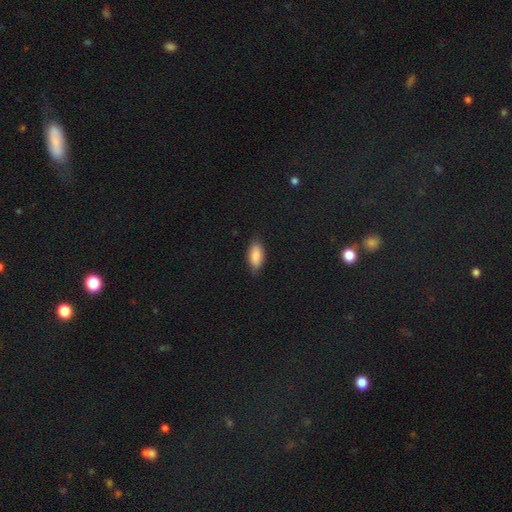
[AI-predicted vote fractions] smooth-or-featured: smooth: 87% | featured or disk: 7% | star or artifact: 6%
  how-rounded: in between: 87% | cigar-shaped: 11% | round: 2%
  merging: none: 80% | minor disturbance: 16% | major disturbance: 3% | merger: 1%